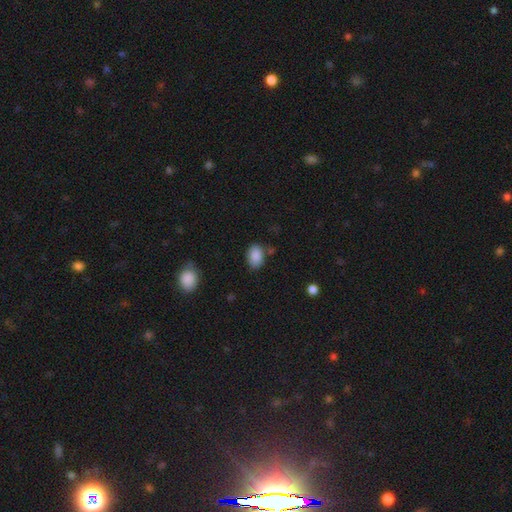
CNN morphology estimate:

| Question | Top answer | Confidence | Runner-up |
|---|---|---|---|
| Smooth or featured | smooth | 88% | star or artifact (8%) |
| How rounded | in between | 82% | round (17%) |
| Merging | none | 75% | minor disturbance (17%) |